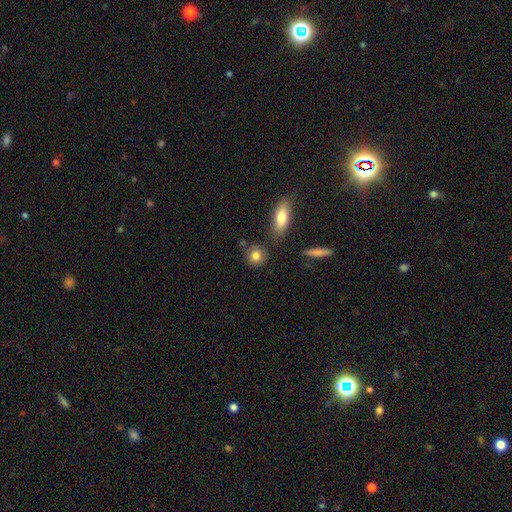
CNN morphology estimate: Smooth or featured? smooth (80%)
How rounded? round (78%)
Merging? none (75%)